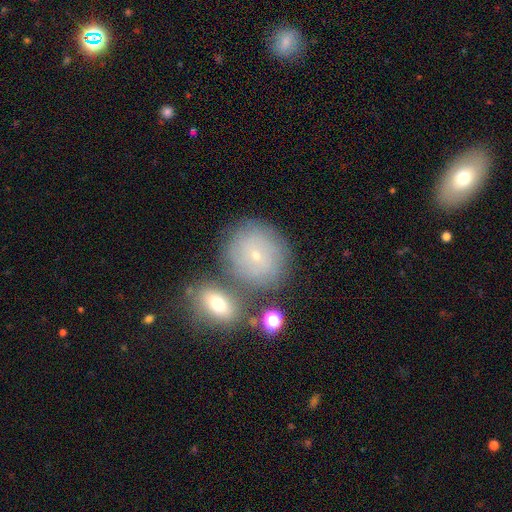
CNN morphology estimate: smooth_or_featured: smooth (p=0.46) [alt: featured or disk p=0.41]
merging: none (p=0.68) [alt: minor disturbance p=0.14]